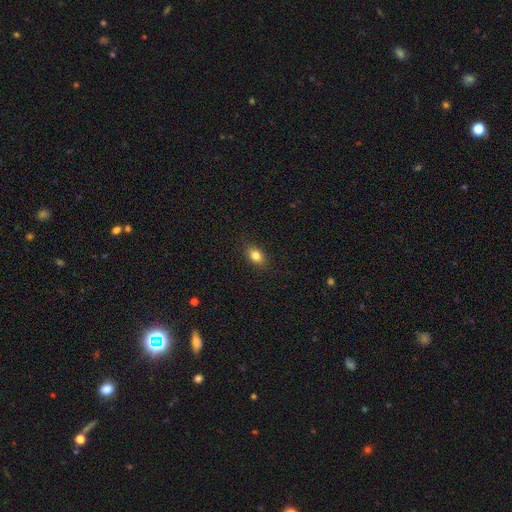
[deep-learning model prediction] smooth-or-featured: smooth: 82% | star or artifact: 10% | featured or disk: 8%
  how-rounded: in between: 76% | round: 22% | cigar-shaped: 2%
  merging: none: 87% | minor disturbance: 9% | major disturbance: 2% | merger: 1%